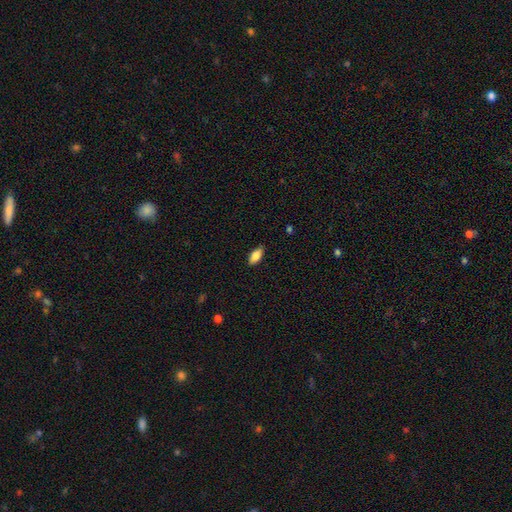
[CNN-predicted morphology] A smooth galaxy with no disk features (82%) that is in between round and cigar-shaped (86%). Merging: none (85%).